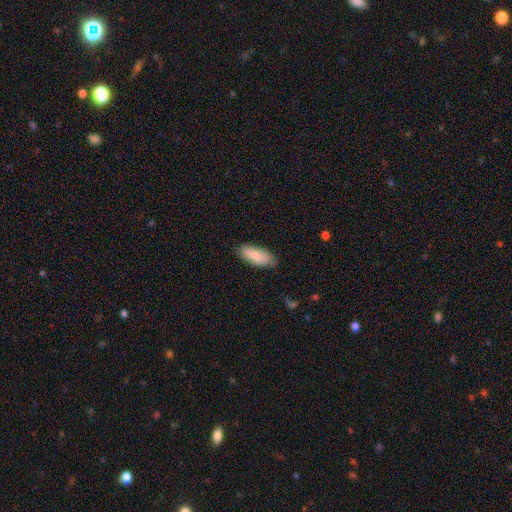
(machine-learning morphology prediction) A smooth galaxy with no disk features (83%) that is in between round and cigar-shaped (80%).

Vote fractions:
- Smooth or featured? smooth: 83% / featured or disk: 11% / star or artifact: 6%
- How rounded? in between: 80% / cigar-shaped: 19% / round: 2%
- Merging? none: 81% / minor disturbance: 16% / major disturbance: 3% / merger: 1%